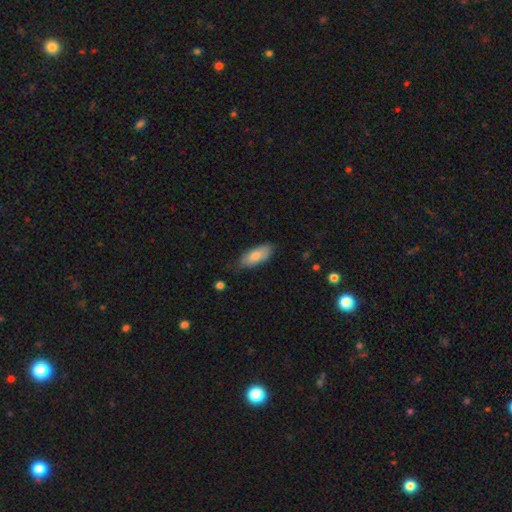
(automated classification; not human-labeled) smooth 77%, featured or disk 18%, star or artifact 6%. Down the decision tree: how rounded — in between (83%); merging — none (72%).